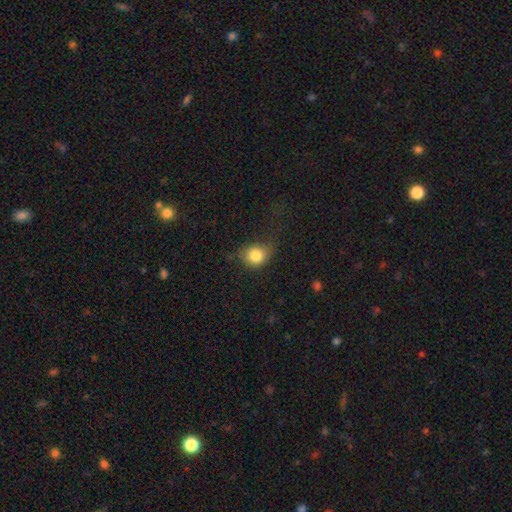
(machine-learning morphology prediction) Smooth or featured? smooth (82%)
How rounded? round (71%)
Merging? none (58%)